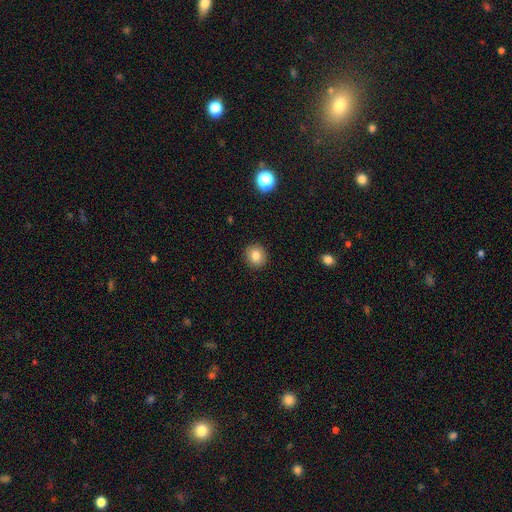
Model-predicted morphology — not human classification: Smooth or featured? smooth (83%)
How rounded? round (85%)
Merging? none (91%)